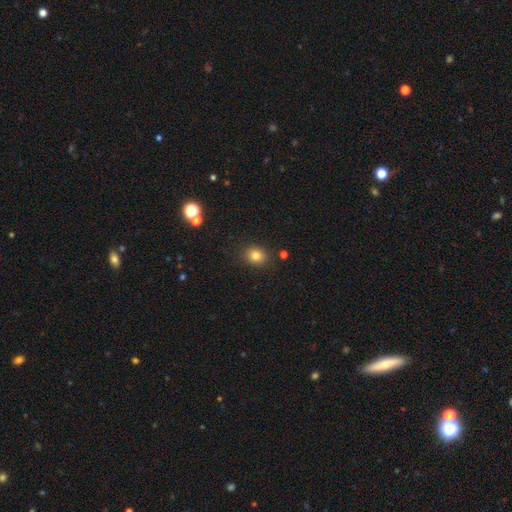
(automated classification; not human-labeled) Smooth or featured?
  - smooth: 81% *
  - star or artifact: 12%
  - featured or disk: 7%
How rounded?
  - round: 63% *
  - in between: 36%
  - cigar-shaped: 1%
Merging?
  - none: 86% *
  - minor disturbance: 9%
  - major disturbance: 3%
  - merger: 2%